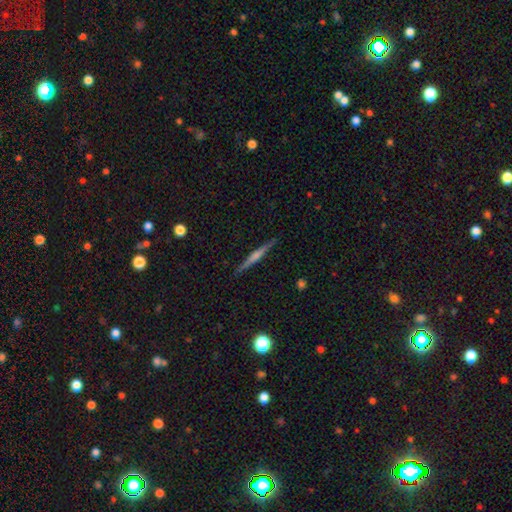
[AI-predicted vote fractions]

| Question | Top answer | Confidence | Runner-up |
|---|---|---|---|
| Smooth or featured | featured or disk | 66% | smooth (28%) |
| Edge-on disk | yes | 98% | no (2%) |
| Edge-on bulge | rounded | 55% | none (29%) |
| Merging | none | 91% | minor disturbance (6%) |